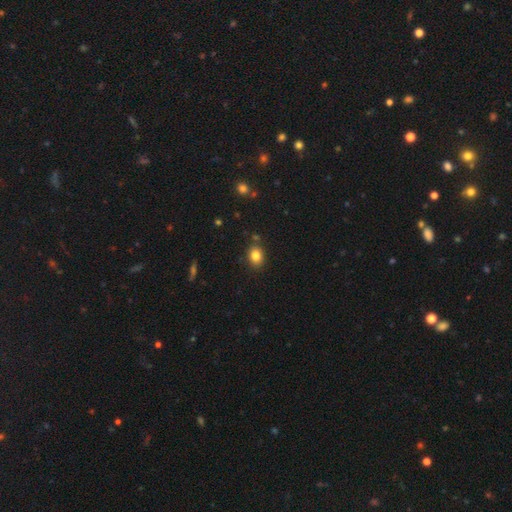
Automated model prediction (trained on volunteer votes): A smooth galaxy with no disk features (83%) that is in between round and cigar-shaped (55%). Merging: none (83%).